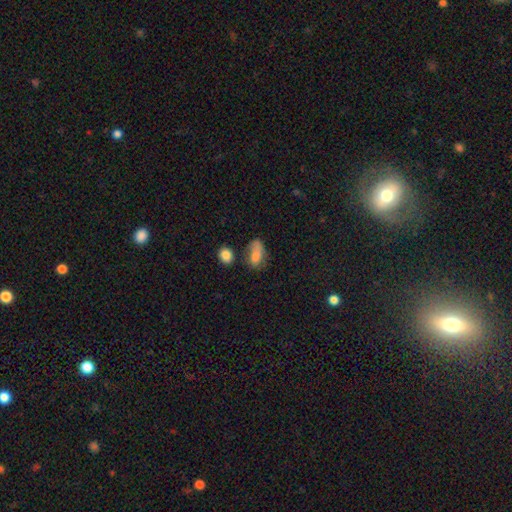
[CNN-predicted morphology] The model was most divided on "merging": none: 36%, minor disturbance: 30%, major disturbance: 21%, merger: 13%. More confident: how rounded — in between (84%); smooth or featured — smooth (73%).